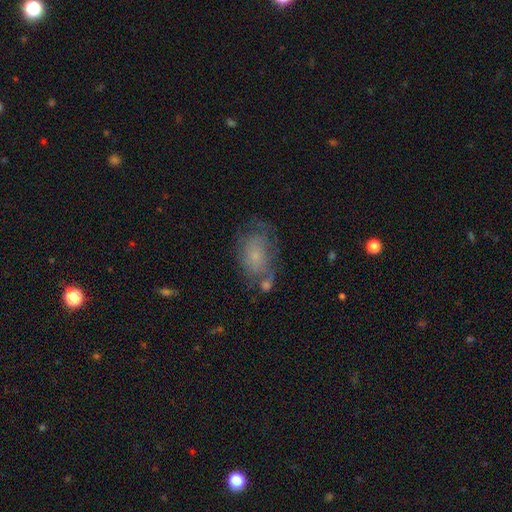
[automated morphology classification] Smooth or featured? smooth (52%)
How rounded? in between (83%)
Merging? none (47%)